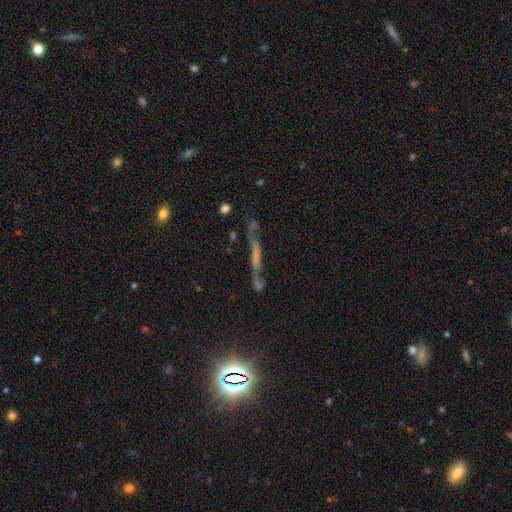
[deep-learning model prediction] featured or disk 49%, smooth 29%, star or artifact 22%. Down the decision tree: merging — none (56%).